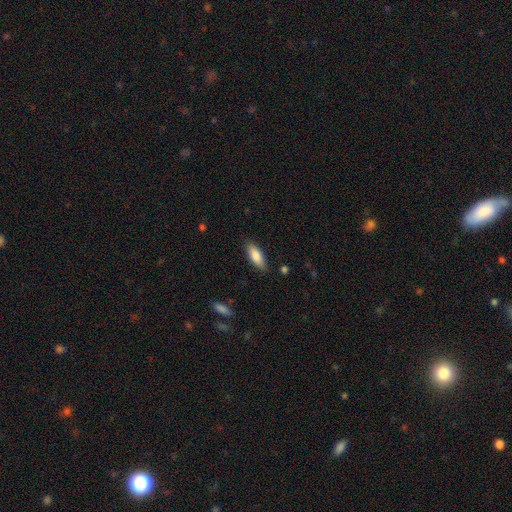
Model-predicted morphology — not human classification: A smooth galaxy with no disk features (84%) that is in between round and cigar-shaped (71%).

Vote fractions:
- Smooth or featured? smooth: 84% / featured or disk: 10% / star or artifact: 6%
- How rounded? in between: 71% / cigar-shaped: 27% / round: 2%
- Merging? none: 84% / minor disturbance: 12% / major disturbance: 2% / merger: 1%